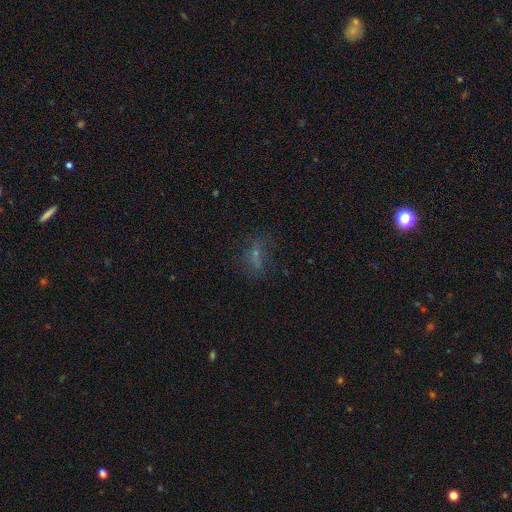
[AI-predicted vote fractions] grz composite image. It shows a smooth galaxy with no disk features (46%). Merging: none (60%).